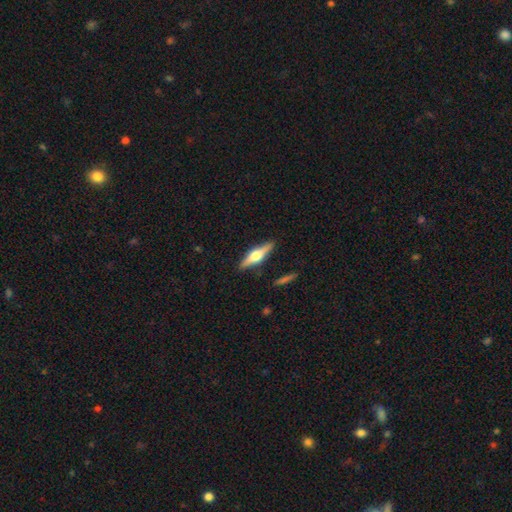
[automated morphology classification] Smooth or featured?
  - featured or disk: 65% *
  - smooth: 30%
  - star or artifact: 6%
Edge-on disk?
  - yes: 97% *
  - no: 3%
Edge-on bulge?
  - rounded: 94% *
  - boxy: 4%
  - none: 2%
Merging?
  - none: 89% *
  - minor disturbance: 8%
  - major disturbance: 2%
  - merger: 1%